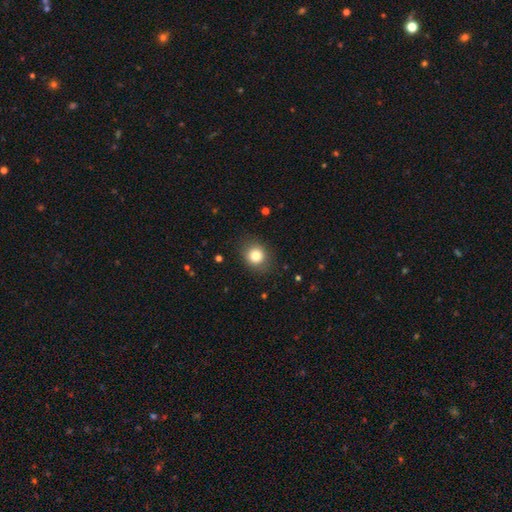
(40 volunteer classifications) smooth-or-featured: smooth: 90% | featured or disk: 5% | star or artifact: 5%
  how-rounded: round: 64% | in between: 36% | cigar-shaped: 0%
  merging: none: 84% | minor disturbance: 11% | major disturbance: 5% | merger: 0%